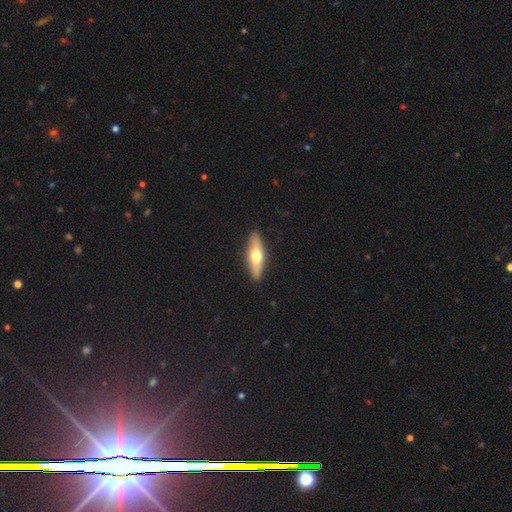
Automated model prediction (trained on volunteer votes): Morphology: type=smooth (49%); merging=none (90%).